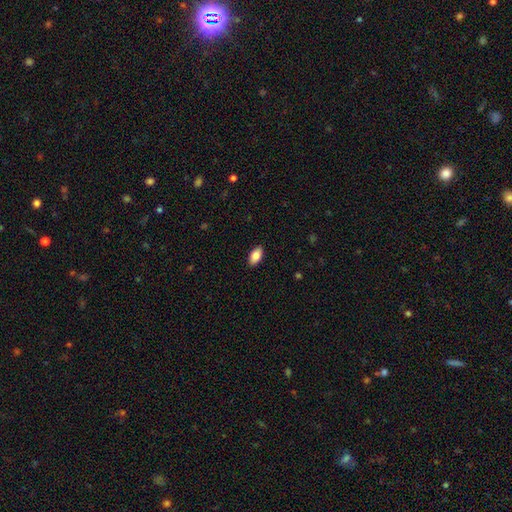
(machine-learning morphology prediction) Smooth or featured?
  - smooth: 84% *
  - featured or disk: 9%
  - star or artifact: 7%
How rounded?
  - in between: 92% *
  - cigar-shaped: 4%
  - round: 3%
Merging?
  - none: 89% *
  - minor disturbance: 8%
  - major disturbance: 2%
  - merger: 1%